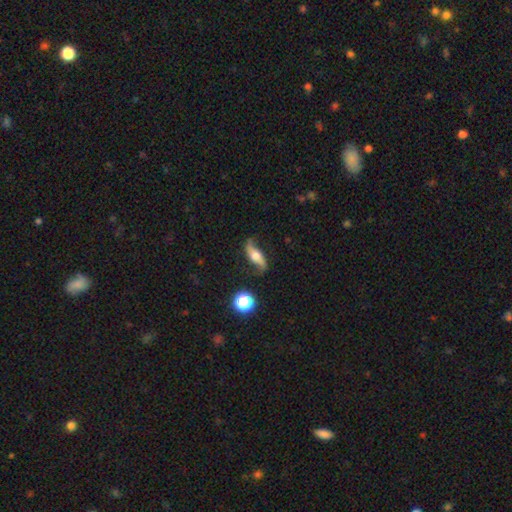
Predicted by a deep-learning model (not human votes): A featured or disk galaxy (67%).

Vote fractions:
- Smooth or featured? featured or disk: 67% / smooth: 24% / star or artifact: 8%
- Edge-on disk? no: 73% / yes: 27%
- Merging? none: 72% / minor disturbance: 18% / major disturbance: 7% / merger: 2%